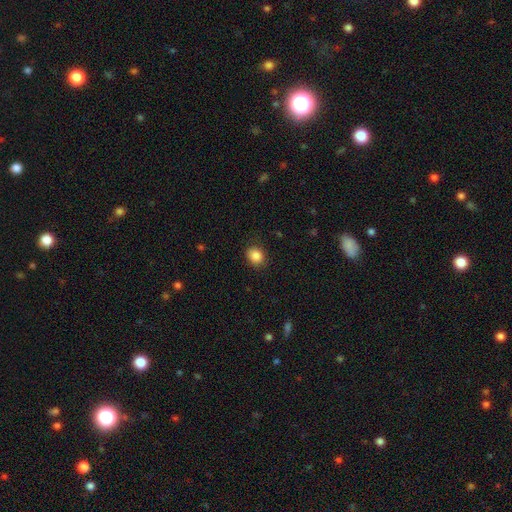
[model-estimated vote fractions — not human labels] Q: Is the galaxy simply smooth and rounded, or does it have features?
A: smooth — 87%.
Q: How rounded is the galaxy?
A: round — 64%.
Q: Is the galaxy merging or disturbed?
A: none — 86%.